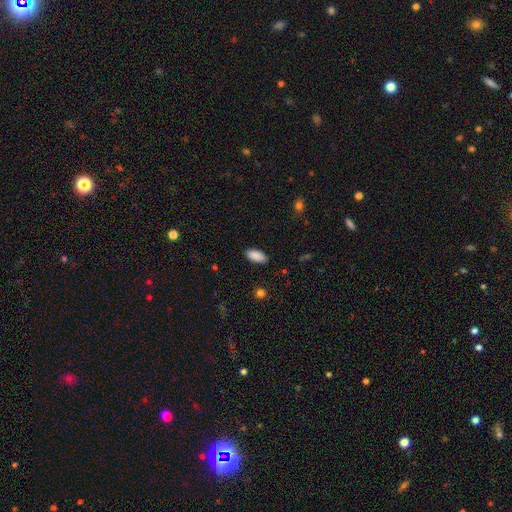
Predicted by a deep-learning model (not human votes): A smooth galaxy with no disk features (90%) that is in between round and cigar-shaped (89%). Merging: none (88%).